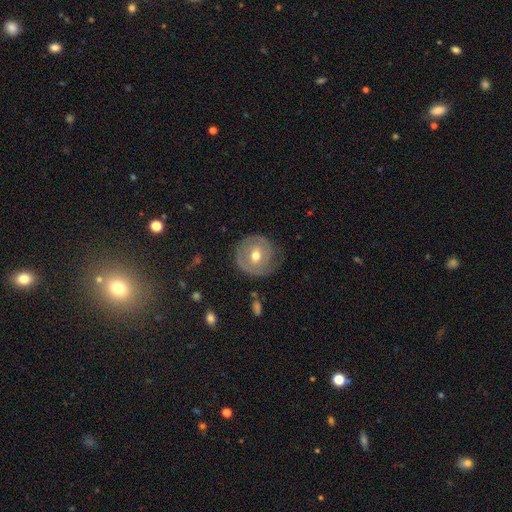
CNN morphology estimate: featured or disk 56%, smooth 37%, star or artifact 6%. Down the decision tree: edge-on disk — no (96%); bar — no (57%); spiral arms — yes (57%); bulge size — moderate (78%); merging — none (68%).